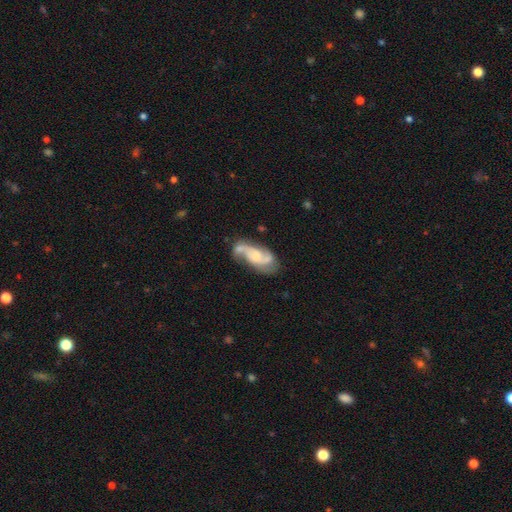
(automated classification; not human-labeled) This is likely a featured or disk galaxy (77%). It is clearly not viewed edge-on (95%). Bar: possibly no (56%). Spiral arm pattern: clearly yes (93%). Spiral arm count: likely 2 (74%). Spiral winding: possibly medium (49%). Central bulge: marginally small (39%). Merging: possibly none (55%).